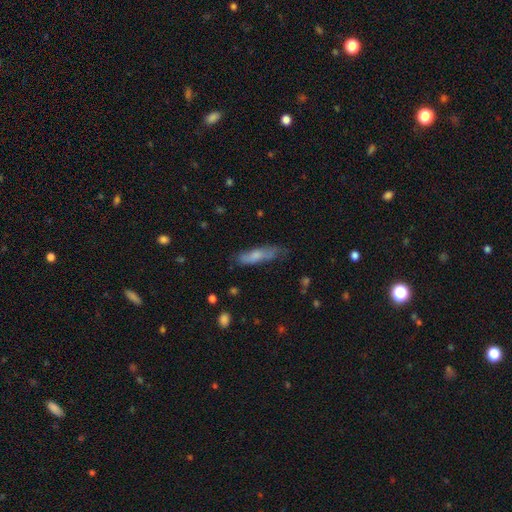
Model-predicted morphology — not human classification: A smooth galaxy with no disk features (66%) that is cigar-shaped (70%). Merging: none (59%).